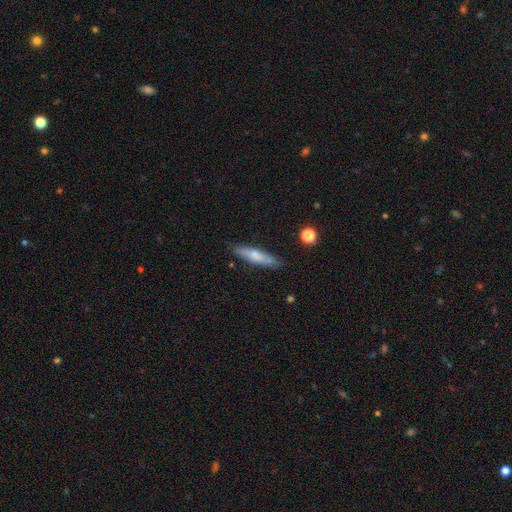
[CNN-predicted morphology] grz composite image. It shows a smooth galaxy with no disk features (66%) that is cigar-shaped (84%). Merging: none (83%).